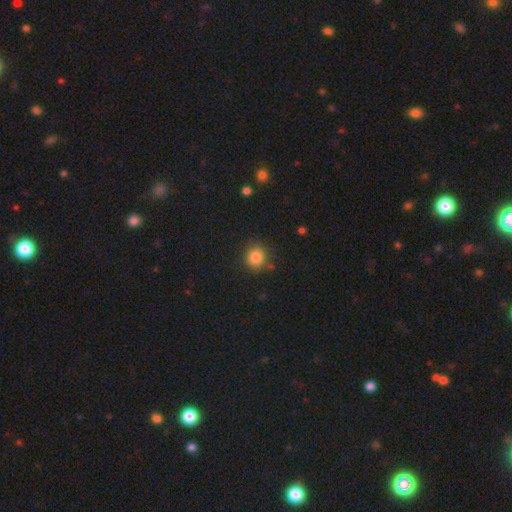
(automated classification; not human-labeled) smooth_or_featured: smooth (p=0.84) [alt: star or artifact p=0.11]
how_rounded: round (p=0.82) [alt: in between p=0.17]
merging: none (p=0.84) [alt: minor disturbance p=0.11]